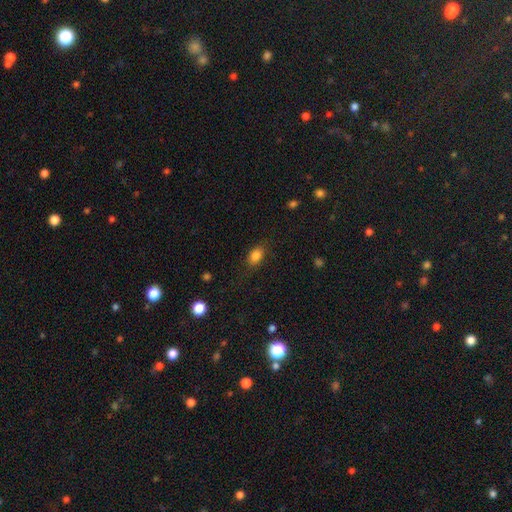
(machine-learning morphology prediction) A smooth galaxy with no disk features (84%) that is in between round and cigar-shaped (83%).

Vote fractions:
- Smooth or featured? smooth: 84% / star or artifact: 9% / featured or disk: 6%
- How rounded? in between: 83% / round: 14% / cigar-shaped: 3%
- Merging? none: 81% / minor disturbance: 14% / major disturbance: 4% / merger: 1%